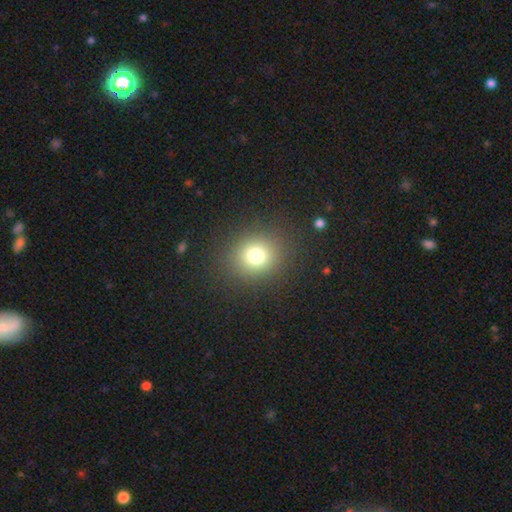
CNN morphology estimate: This is likely a smooth galaxy (75%). How rounded: likely round (79%). Merging: clearly none (87%).